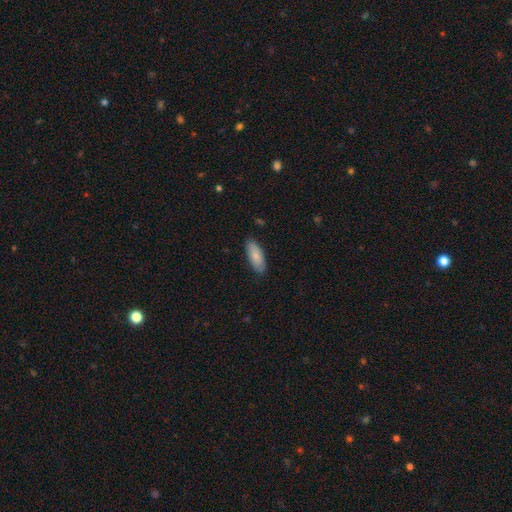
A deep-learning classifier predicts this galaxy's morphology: Overall: smooth (82%). How rounded: in between (79%). Merging: none (87%).